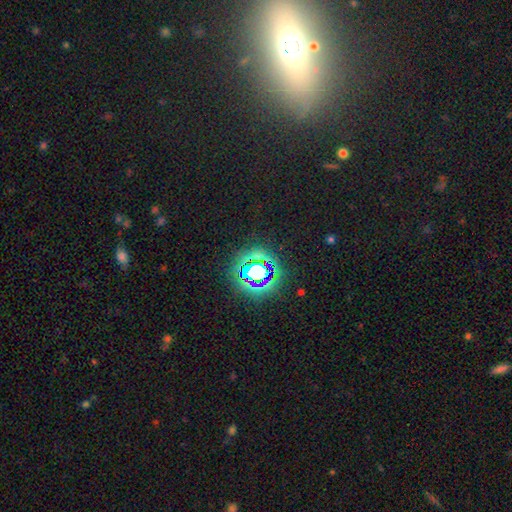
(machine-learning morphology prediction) Overall: star or artifact (76%).